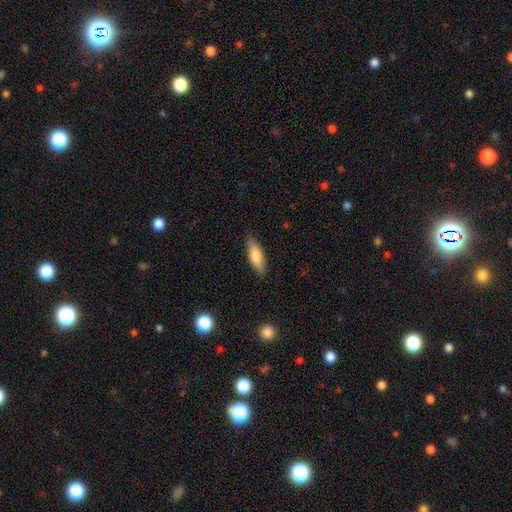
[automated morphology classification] Smooth or featured? Predicted: smooth (p=0.77). How rounded? Predicted: in between (p=0.61). Merging? Predicted: none (p=0.86).